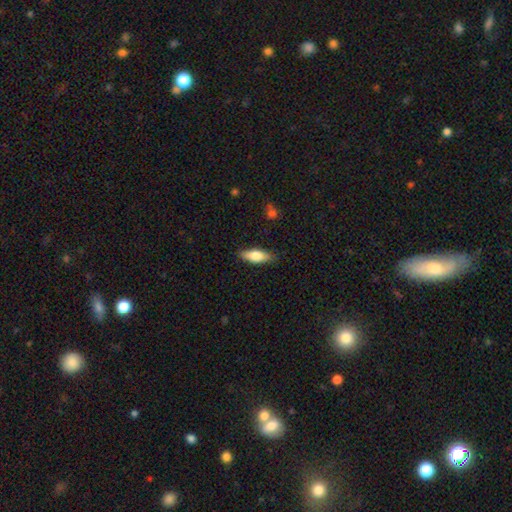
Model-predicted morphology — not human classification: This is likely a smooth galaxy (74%). How rounded: likely in between (68%). Merging: clearly none (85%).